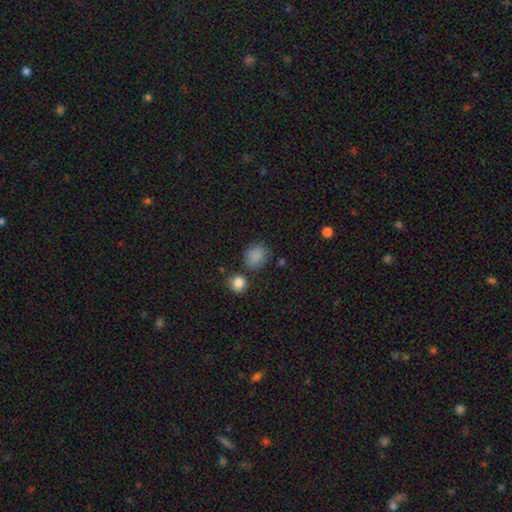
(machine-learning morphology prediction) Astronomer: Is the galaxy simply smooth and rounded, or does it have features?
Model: smooth — 84%.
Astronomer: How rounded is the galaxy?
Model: round — 62% (runner-up: in between, 37%).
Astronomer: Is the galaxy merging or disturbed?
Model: none — 69%.